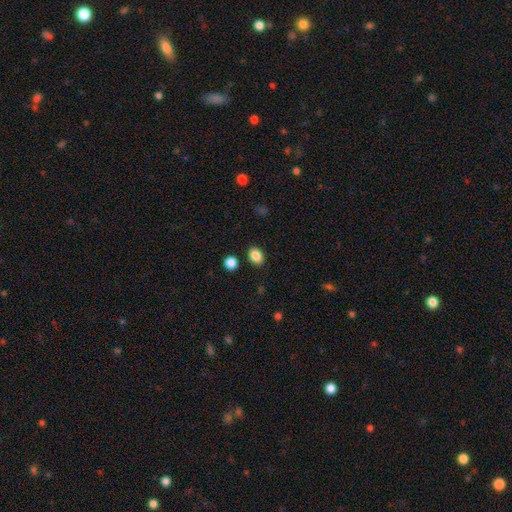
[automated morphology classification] smooth-or-featured: smooth: 87% | star or artifact: 9% | featured or disk: 4%
  how-rounded: in between: 67% | round: 32% | cigar-shaped: 1%
  merging: none: 86% | minor disturbance: 8% | merger: 4% | major disturbance: 2%